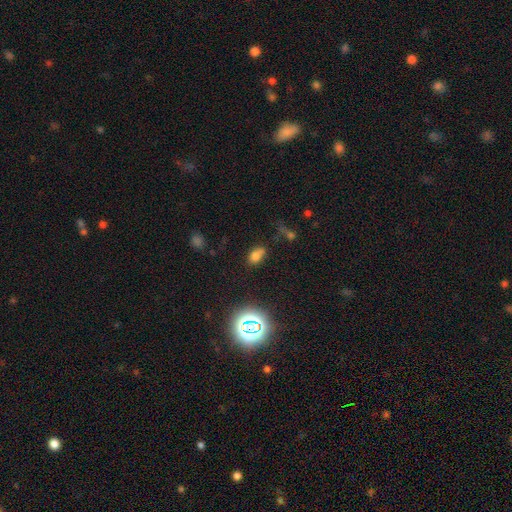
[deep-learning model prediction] Morphology: type=smooth (67%); roundness=in between (78%); merging=none (57%).